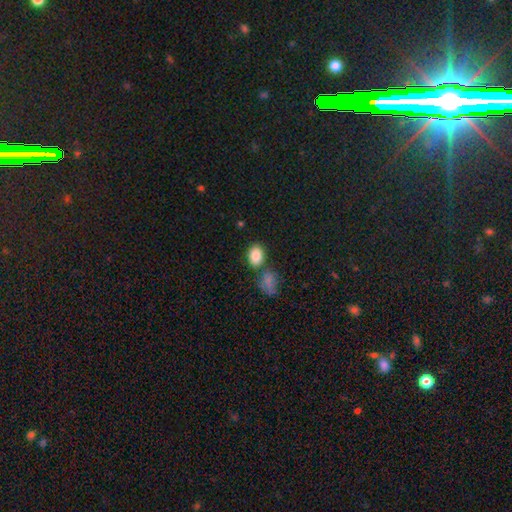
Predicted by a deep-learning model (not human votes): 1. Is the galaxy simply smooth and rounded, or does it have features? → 86% smooth, 9% star or artifact, 5% featured or disk.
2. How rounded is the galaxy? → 73% in between, 26% round, 1% cigar-shaped.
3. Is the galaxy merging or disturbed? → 67% none, 16% merger, 13% minor disturbance, 4% major disturbance.